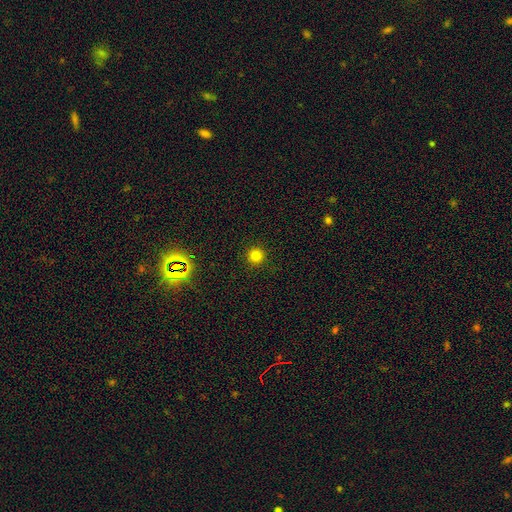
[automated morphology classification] A smooth galaxy with no disk features (80%) that is round (96%). Merging: none (93%).